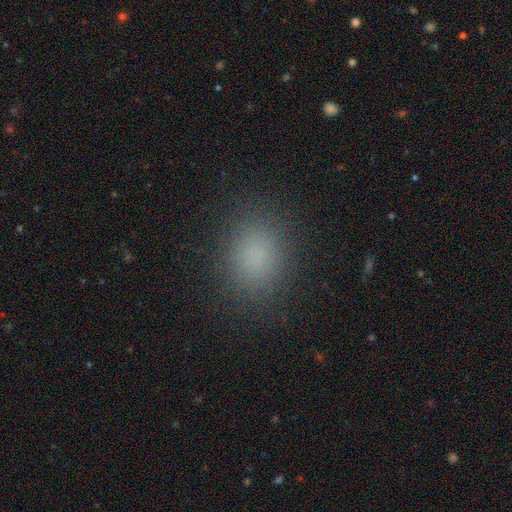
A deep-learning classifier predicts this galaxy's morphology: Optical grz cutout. It shows a smooth galaxy with no disk features (81%) that is in between round and cigar-shaped (57%). Merging: none (86%).